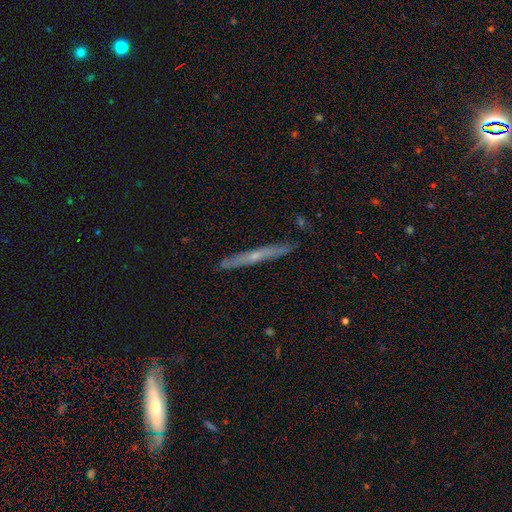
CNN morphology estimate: featured or disk 64%, smooth 29%, star or artifact 7%. Down the decision tree: edge-on disk — yes (95%); edge-on bulge — rounded (52%); merging — none (89%).